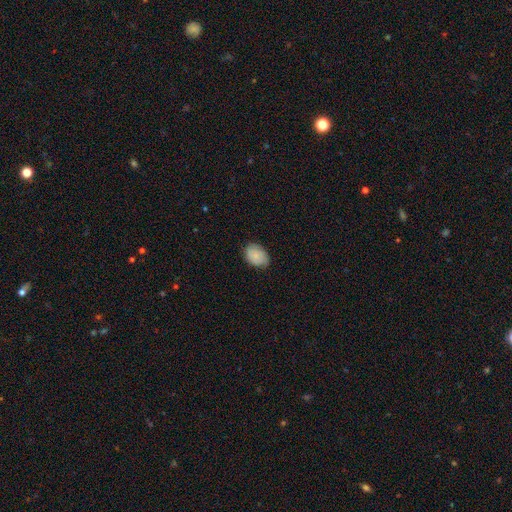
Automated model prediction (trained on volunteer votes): The model was most divided on "how rounded": in between: 80%, round: 19%, cigar-shaped: 1%. More confident: smooth or featured — smooth (80%); merging — none (79%).